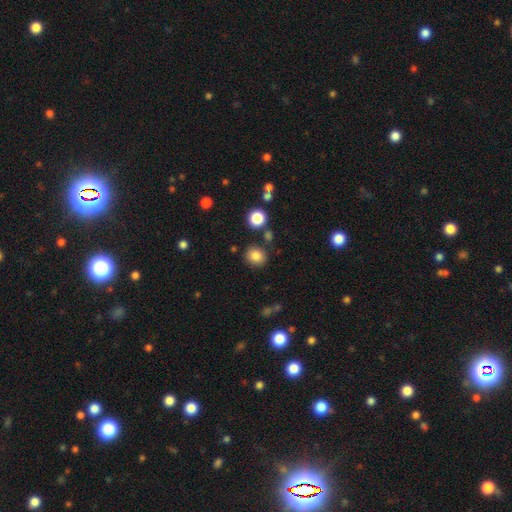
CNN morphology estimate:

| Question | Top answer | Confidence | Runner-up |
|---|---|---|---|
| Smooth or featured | smooth | 83% | star or artifact (11%) |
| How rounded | round | 79% | in between (20%) |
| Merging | none | 85% | minor disturbance (8%) |